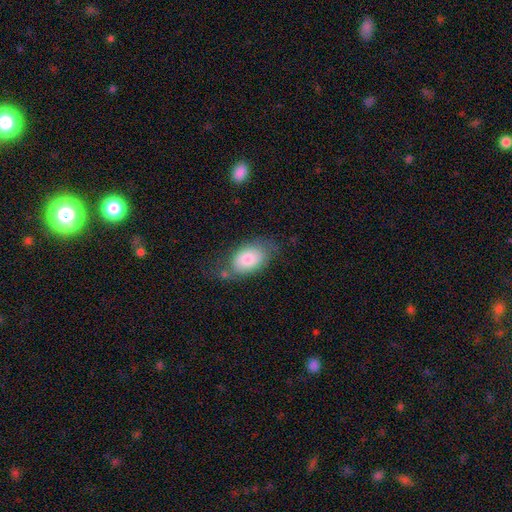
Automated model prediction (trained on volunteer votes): A smooth galaxy with no disk features (75%) that is in between round and cigar-shaped (88%). Merging: none (56%).